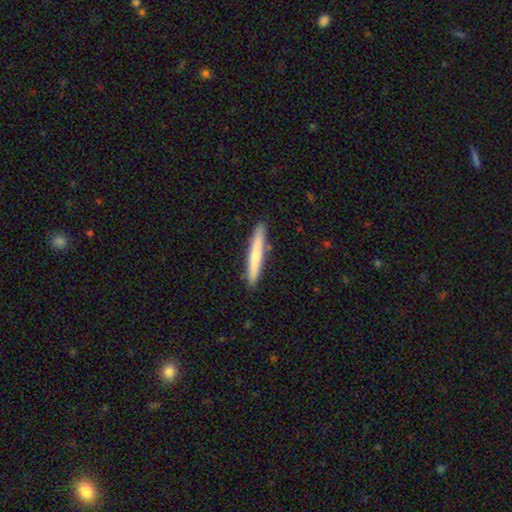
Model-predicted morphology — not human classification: This is likely a smooth galaxy (67%). How rounded: clearly cigar-shaped (95%). Merging: clearly none (90%).